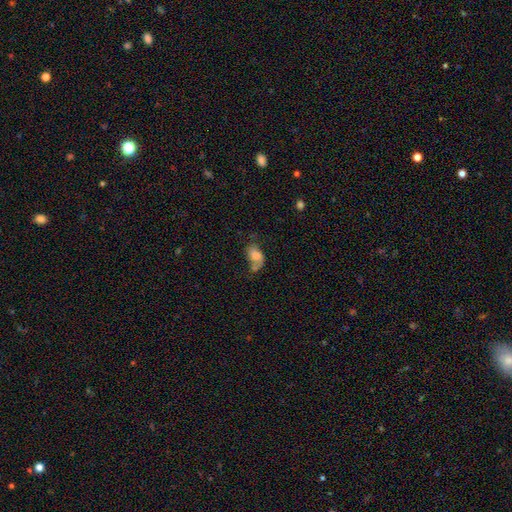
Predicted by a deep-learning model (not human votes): smooth 66%, featured or disk 24%, star or artifact 10%. Down the decision tree: how rounded — in between (83%); merging — none (32%).